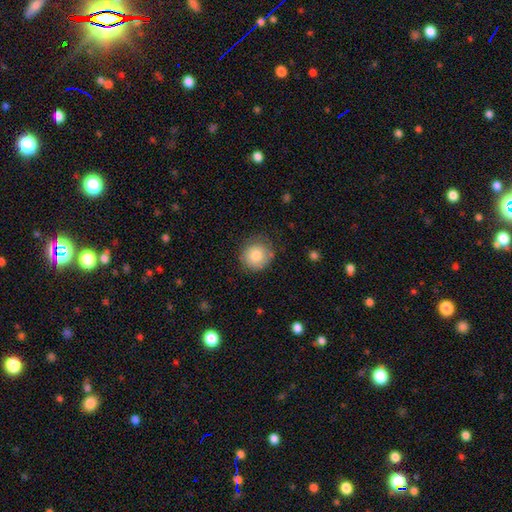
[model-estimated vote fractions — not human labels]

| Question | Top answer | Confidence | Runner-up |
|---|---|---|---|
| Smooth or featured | smooth | 80% | featured or disk (12%) |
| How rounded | round | 91% | in between (8%) |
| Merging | none | 76% | minor disturbance (18%) |